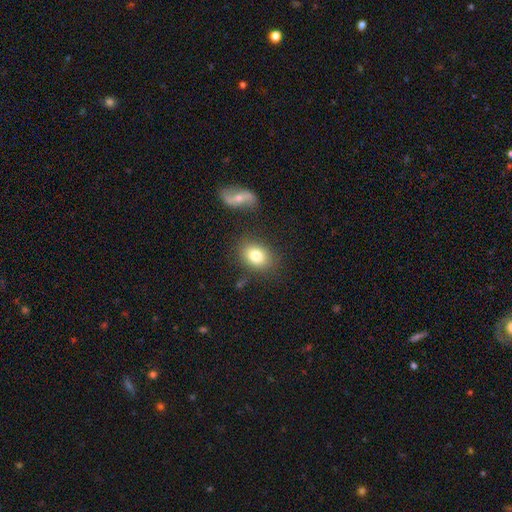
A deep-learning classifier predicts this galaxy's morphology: Smooth or featured? smooth (80%)
How rounded? in between (64%)
Merging? none (78%)